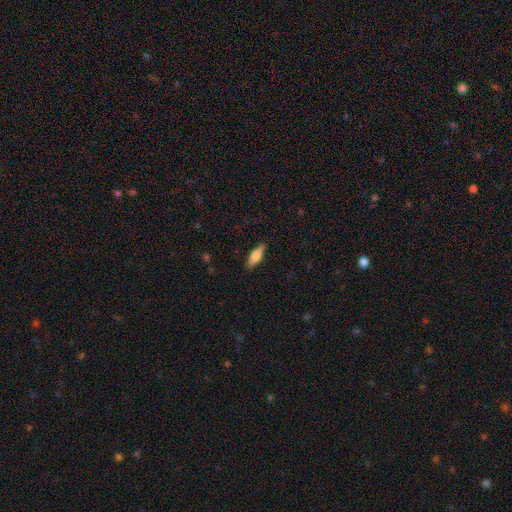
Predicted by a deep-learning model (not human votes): This appears to be a smooth galaxy with no disk features (70%) that is in between round and cigar-shaped (52%). Merging: none (86%).